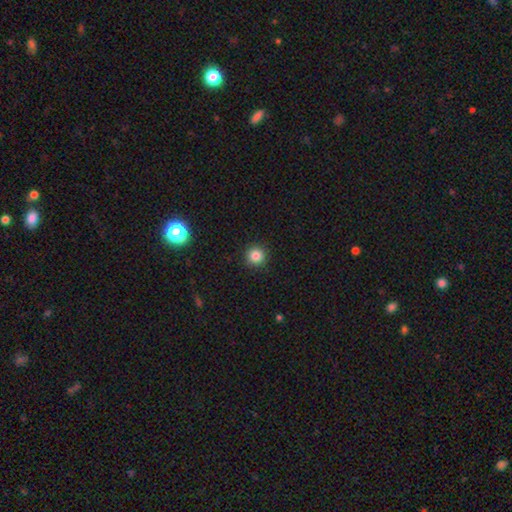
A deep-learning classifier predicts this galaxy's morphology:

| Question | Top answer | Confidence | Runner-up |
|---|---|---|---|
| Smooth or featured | smooth | 84% | star or artifact (11%) |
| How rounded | round | 95% | in between (4%) |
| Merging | none | 92% | minor disturbance (5%) |